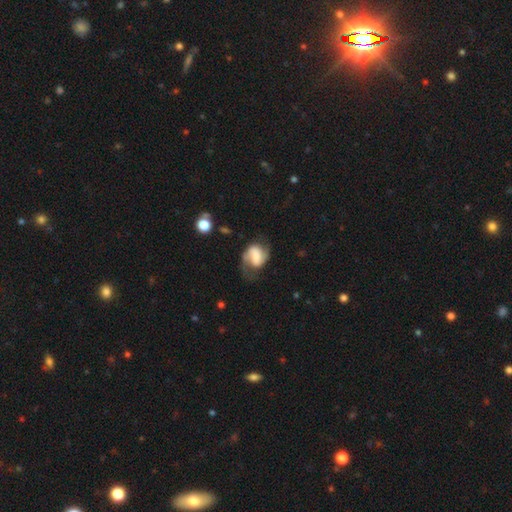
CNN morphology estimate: Overall: featured or disk (66%; smooth 27%). Edge-on disk: no (97%). Bar: weak (41%; strong 33%). Spiral arms: yes (89%). Spiral arm count: 2 (80%). Spiral winding: medium (45%; loose 34%). Bulge size: none (28%; small 24%). Merging: none (51%; minor disturbance 25%).